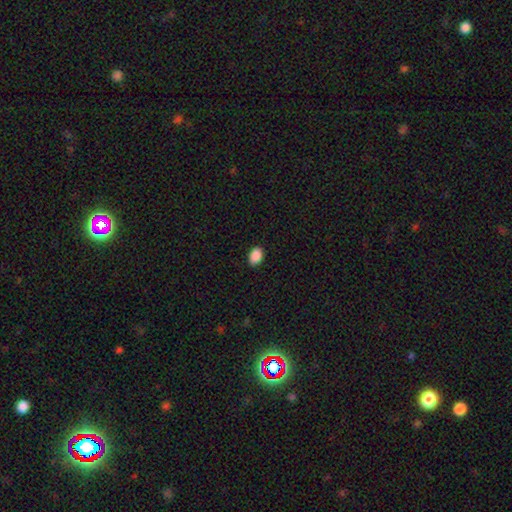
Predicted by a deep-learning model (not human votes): Smooth or featured? Predicted: smooth (p=0.90). How rounded? Predicted: in between (p=0.84). Merging? Predicted: none (p=0.89).